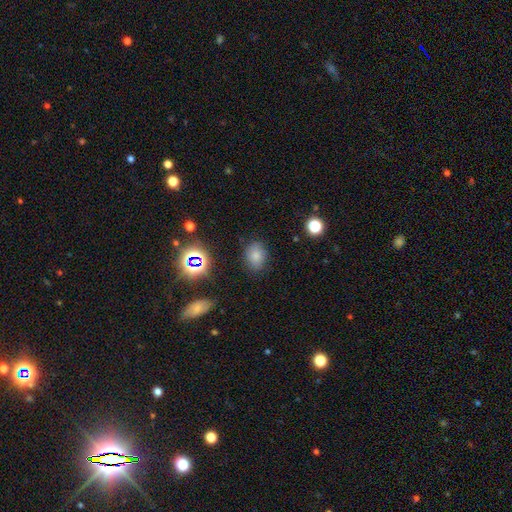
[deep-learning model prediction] Smooth or featured?
  - smooth: 76% *
  - star or artifact: 16%
  - featured or disk: 8%
How rounded?
  - in between: 65% *
  - round: 34%
  - cigar-shaped: 1%
Merging?
  - none: 81% *
  - minor disturbance: 13%
  - major disturbance: 4%
  - merger: 2%